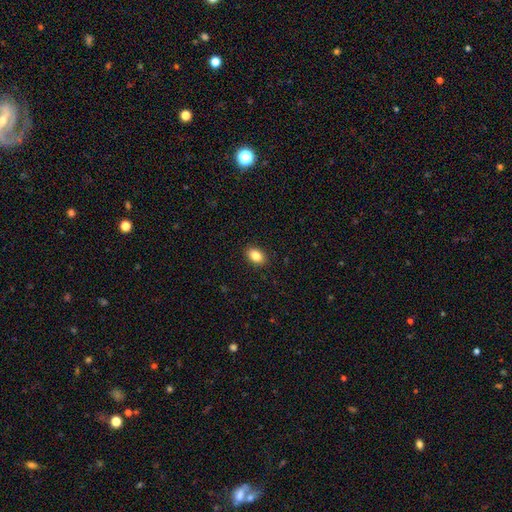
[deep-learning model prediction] A smooth galaxy with no disk features (86%) that is in between round and cigar-shaped (85%).

Vote fractions:
- Smooth or featured? smooth: 86% / star or artifact: 8% / featured or disk: 5%
- How rounded? in between: 85% / round: 14% / cigar-shaped: 1%
- Merging? none: 89% / minor disturbance: 8% / major disturbance: 2% / merger: 1%